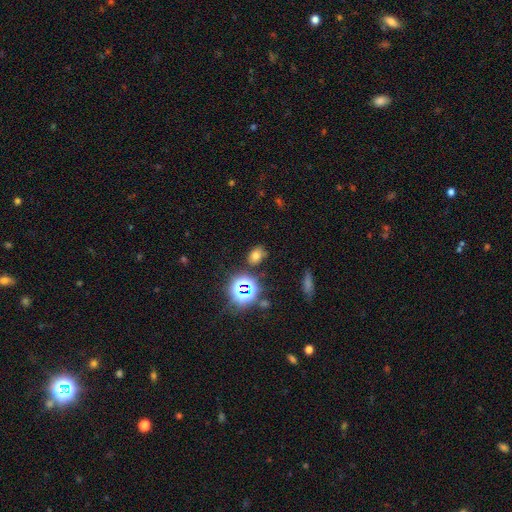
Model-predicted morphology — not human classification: smooth-or-featured: smooth: 63% | star or artifact: 27% | featured or disk: 10%
  how-rounded: in between: 71% | round: 28% | cigar-shaped: 2%
  merging: none: 78% | minor disturbance: 13% | merger: 4% | major disturbance: 4%